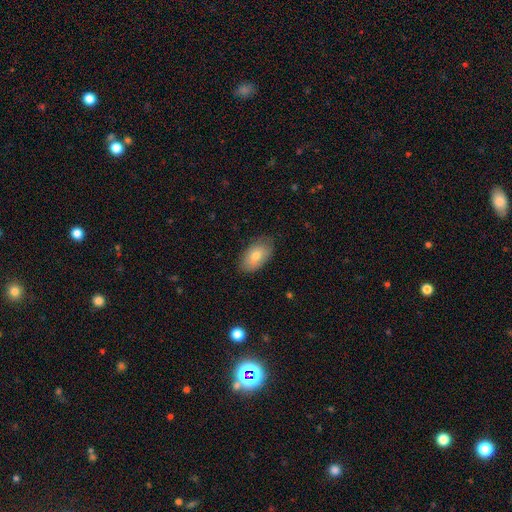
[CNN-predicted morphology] type=smooth (77%); roundness=in between (93%); merging=none (80%).